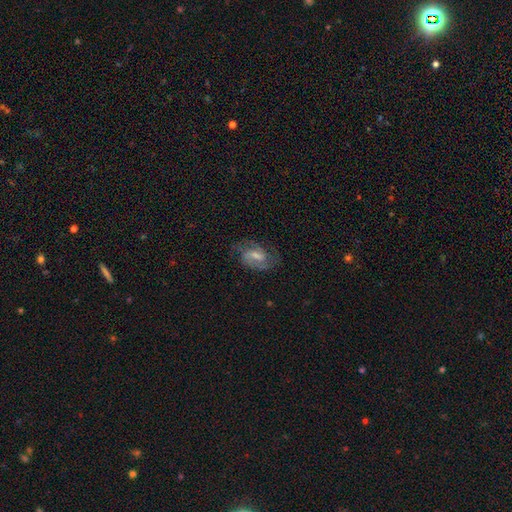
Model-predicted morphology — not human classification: A featured or disk galaxy (77%) with a weak bar (56%), 2 (84%) medium (53%) spiral arms (94%) and a moderate central bulge (40%). Merging: none (71%).